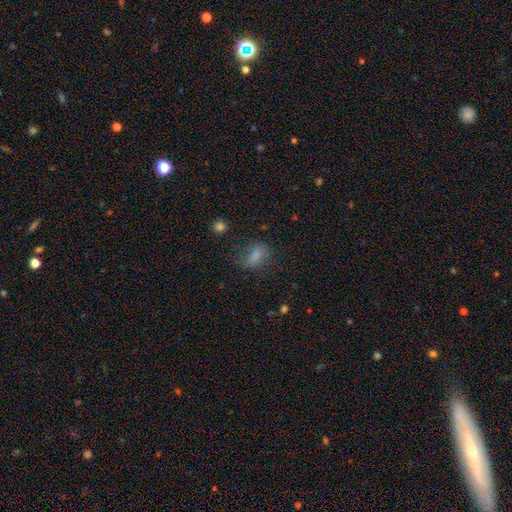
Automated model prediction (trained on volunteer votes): Morphology: type=smooth (75%); roundness=in between (77%); merging=none (56%).